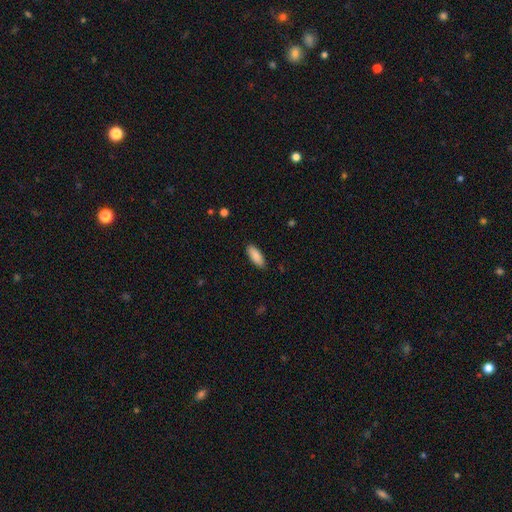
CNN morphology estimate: A smooth galaxy with no disk features (89%) that is in between round and cigar-shaped (78%). Merging: none (88%).